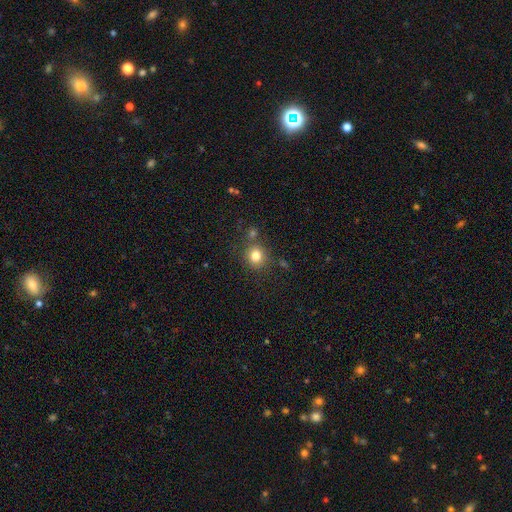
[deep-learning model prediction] Overall: smooth (80%). How rounded: round (85%). Merging: none (77%).